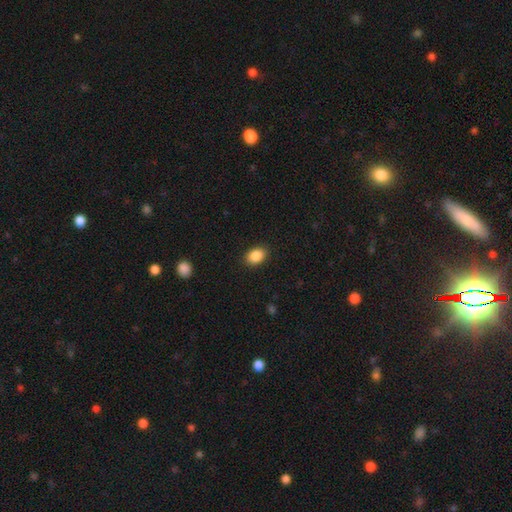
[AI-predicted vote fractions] This appears to be a smooth galaxy with no disk features (89%) that is in between round and cigar-shaped (77%). Merging: none (88%).